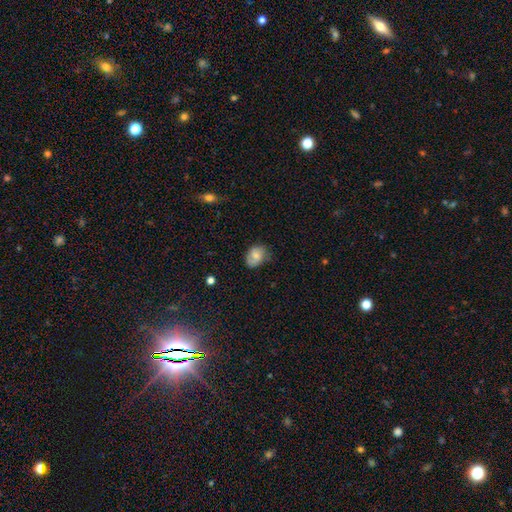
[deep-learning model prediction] This appears to be a smooth galaxy with no disk features (63%) that is in between round and cigar-shaped (64%). Merging: none (59%).